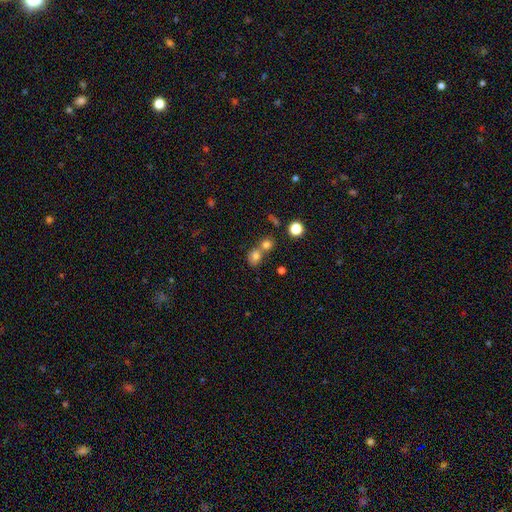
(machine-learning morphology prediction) Smooth or featured?
  - smooth: 75% *
  - star or artifact: 14%
  - featured or disk: 11%
How rounded?
  - round: 67% *
  - in between: 32%
  - cigar-shaped: 1%
Merging?
  - merger: 50% *
  - none: 38%
  - minor disturbance: 8%
  - major disturbance: 4%